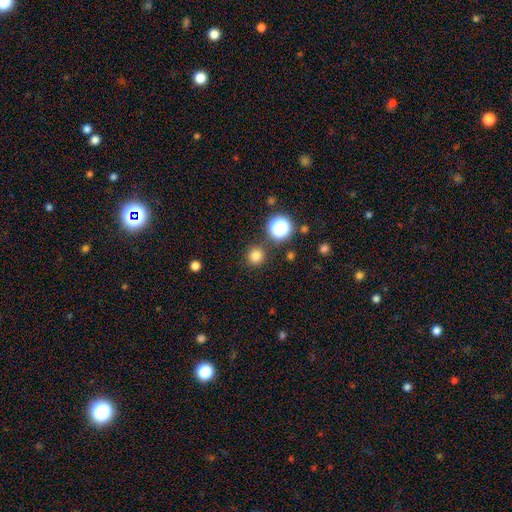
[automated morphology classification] A smooth galaxy with no disk features (79%) that is round (94%). Merging: none (88%).